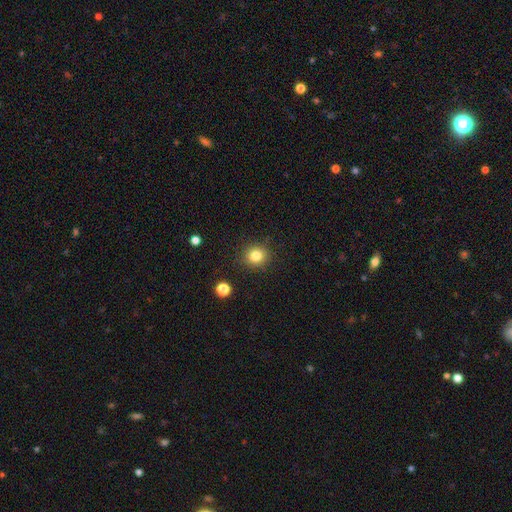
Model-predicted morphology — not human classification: type=smooth (82%); roundness=round (87%); merging=none (89%).